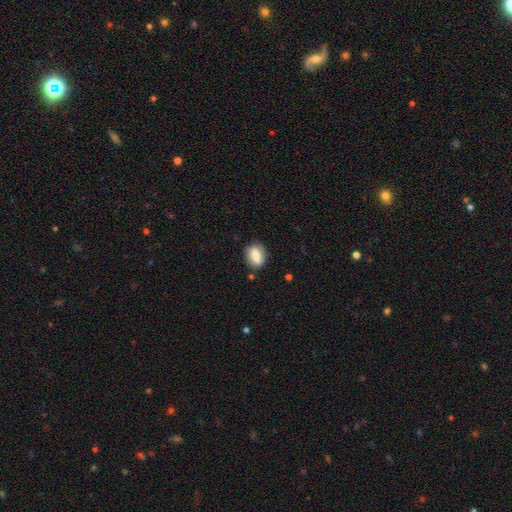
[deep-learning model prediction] smooth-or-featured: smooth: 75% | featured or disk: 17% | star or artifact: 8%
  how-rounded: in between: 69% | round: 25% | cigar-shaped: 6%
  merging: none: 80% | minor disturbance: 14% | major disturbance: 4% | merger: 2%